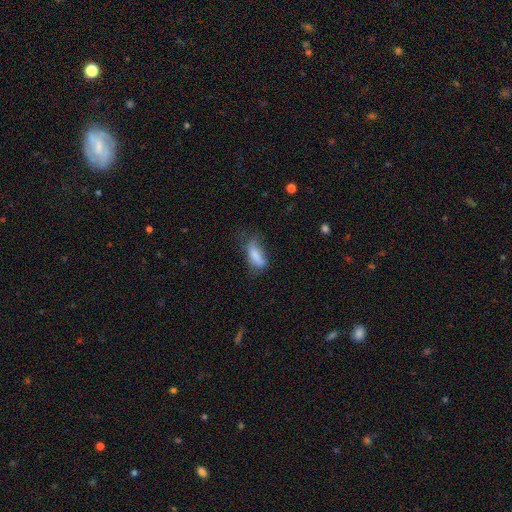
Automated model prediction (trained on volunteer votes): Smooth or featured? Predicted: smooth (p=0.79). How rounded? Predicted: in between (p=0.68). Merging? Predicted: none (p=0.42).